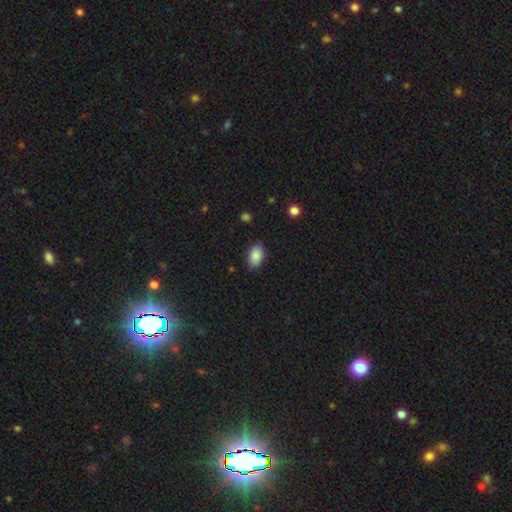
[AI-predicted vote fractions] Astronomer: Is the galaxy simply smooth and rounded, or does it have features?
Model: smooth — 88%.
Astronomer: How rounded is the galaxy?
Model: in between — 90%.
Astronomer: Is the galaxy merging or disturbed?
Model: none — 86%.